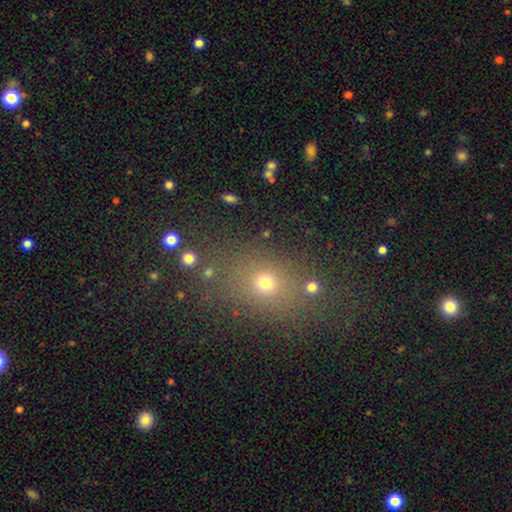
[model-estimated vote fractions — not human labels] A smooth galaxy with no disk features (55%) that is round (48%, tied with in between). Merging: none (79%).